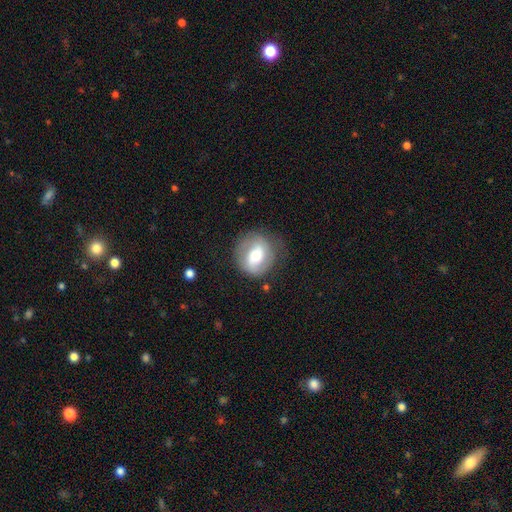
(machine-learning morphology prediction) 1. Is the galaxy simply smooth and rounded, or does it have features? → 52% featured or disk, 42% smooth, 7% star or artifact.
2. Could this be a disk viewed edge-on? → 96% no, 4% yes.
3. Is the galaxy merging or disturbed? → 74% none, 17% minor disturbance, 8% major disturbance, 1% merger.